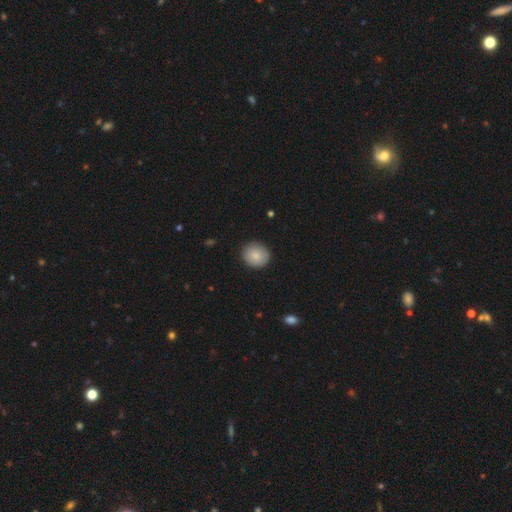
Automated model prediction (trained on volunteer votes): This appears to be a smooth galaxy with no disk features (85%) that is round (83%). Merging: none (89%).